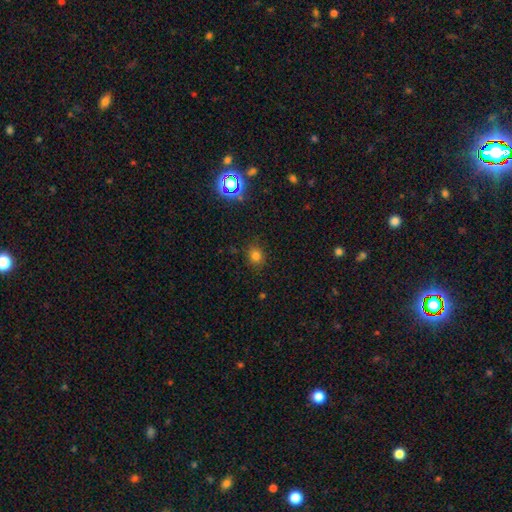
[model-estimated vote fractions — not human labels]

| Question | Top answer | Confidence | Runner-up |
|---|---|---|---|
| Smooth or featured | smooth | 75% | star or artifact (19%) |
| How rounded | round | 74% | in between (25%) |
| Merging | none | 84% | minor disturbance (11%) |